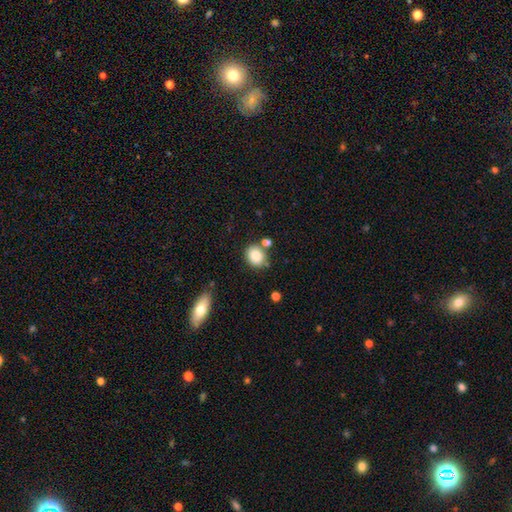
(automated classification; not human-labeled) A smooth galaxy with no disk features (83%) that is round (63%). Merging: none (71%).